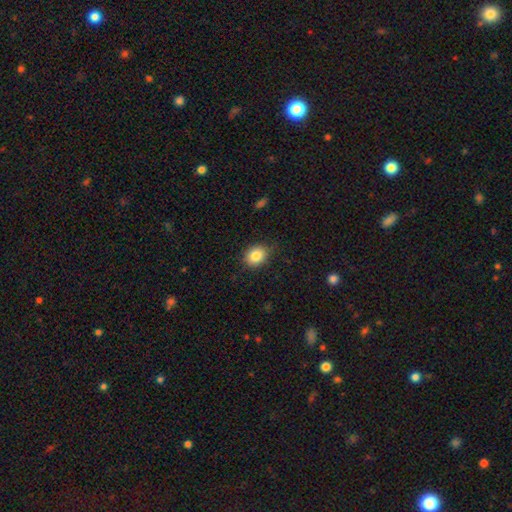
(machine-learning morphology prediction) smooth 84%, star or artifact 9%, featured or disk 7%. Down the decision tree: how rounded — round (55%); merging — none (79%).